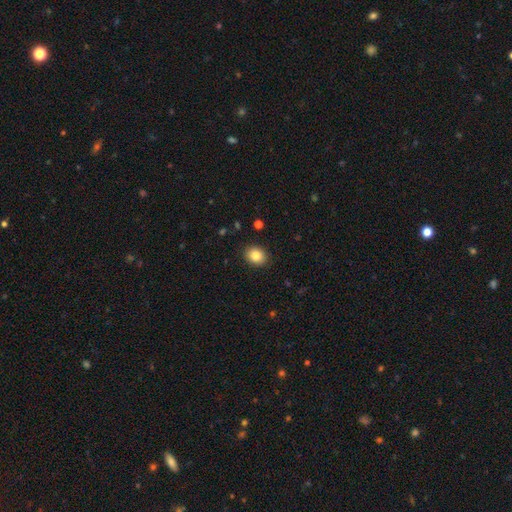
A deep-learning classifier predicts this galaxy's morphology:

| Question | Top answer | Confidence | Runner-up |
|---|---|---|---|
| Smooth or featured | smooth | 85% | star or artifact (9%) |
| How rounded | round | 51% | in between (48%) |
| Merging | none | 90% | minor disturbance (7%) |